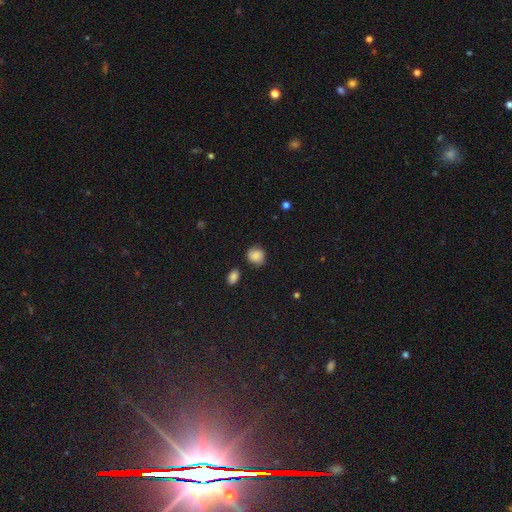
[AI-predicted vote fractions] Smooth or featured? Predicted: smooth (p=0.81). How rounded? Predicted: round (p=0.80). Merging? Predicted: none (p=0.74).